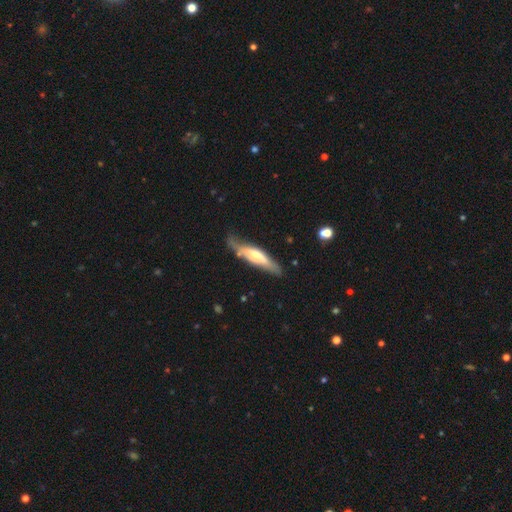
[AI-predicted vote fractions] This appears to be a featured or disk galaxy (51%) viewed edge-on (79%). Merging: none (65%).